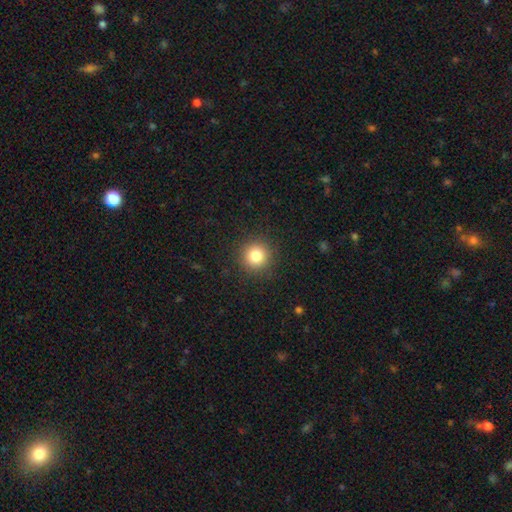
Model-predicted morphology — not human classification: Smooth or featured? smooth (83%)
How rounded? round (95%)
Merging? none (91%)